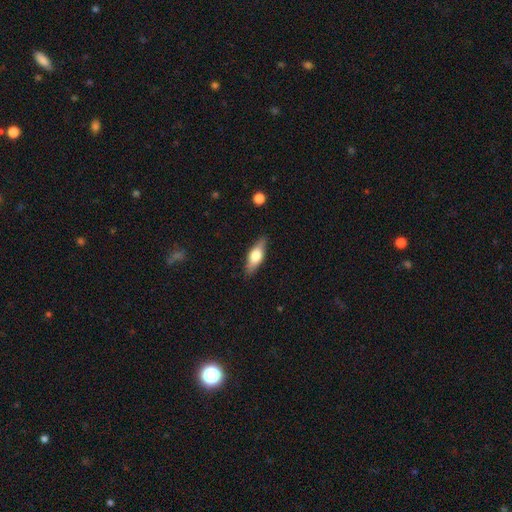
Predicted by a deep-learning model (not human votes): Smooth or featured? smooth (52%)
How rounded? in between (60%)
Merging? none (86%)